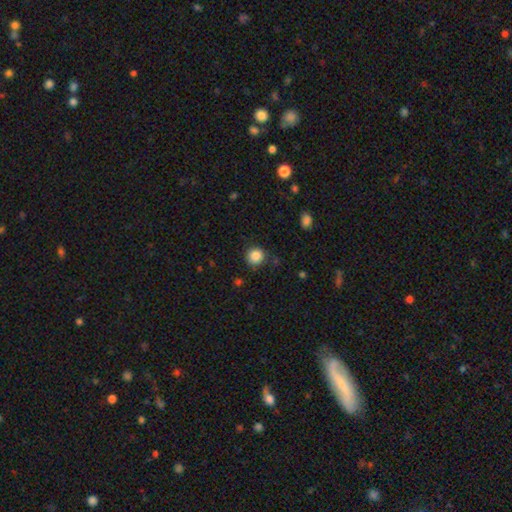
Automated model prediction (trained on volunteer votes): Morphology: type=smooth (85%); roundness=round (92%); merging=none (83%).